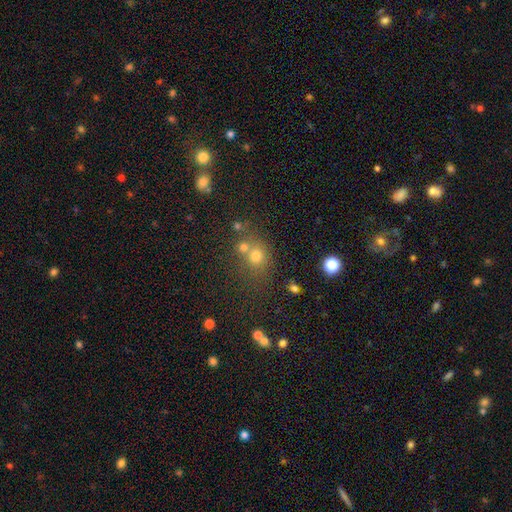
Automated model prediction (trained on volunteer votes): This appears to be a smooth galaxy with no disk features (69%) that is round (77%). Merging: none (53%).